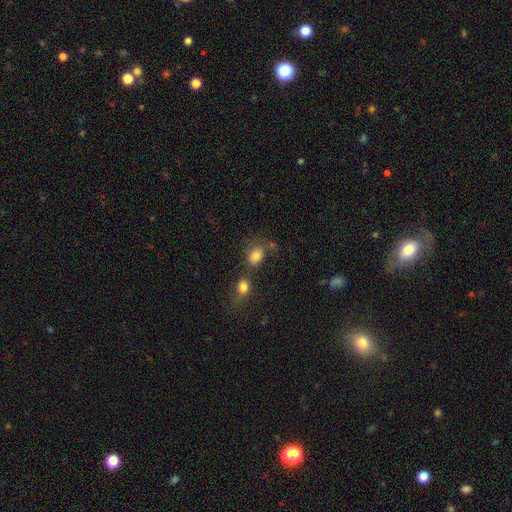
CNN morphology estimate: A smooth galaxy with no disk features (79%) that is in between round and cigar-shaped (58%). Merging: none (45%).